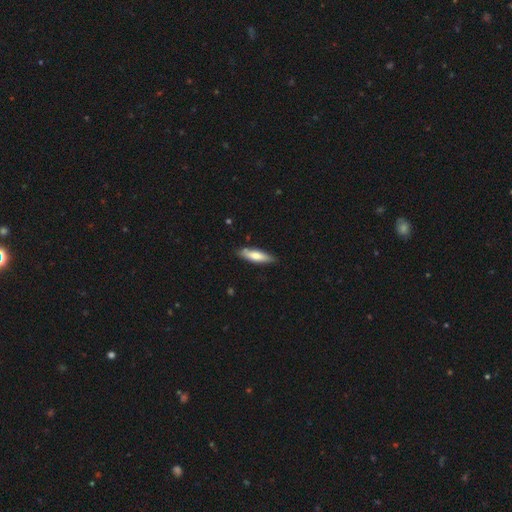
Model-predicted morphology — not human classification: This appears to be a smooth galaxy with no disk features (69%) that is cigar-shaped (67%). Merging: none (84%).